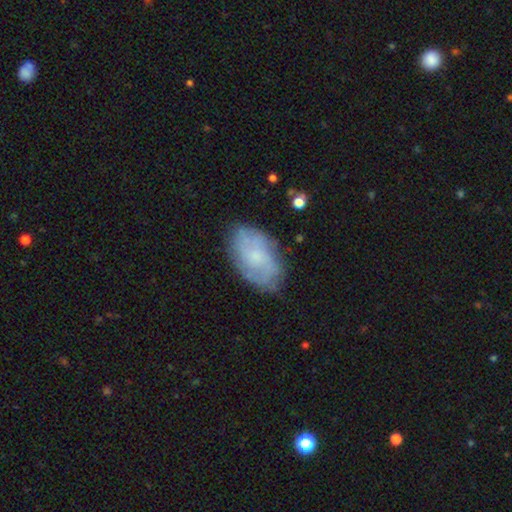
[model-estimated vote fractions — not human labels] Smooth or featured: featured or disk — 56% (smooth — 37%)
Edge-on disk: no — 95% (yes — 5%)
Bar: no — 69% (weak — 27%)
Spiral arms: yes — 78% (no — 22%)
Bulge size: small — 46% (moderate — 32%)
Merging: none — 74% (minor disturbance — 19%)